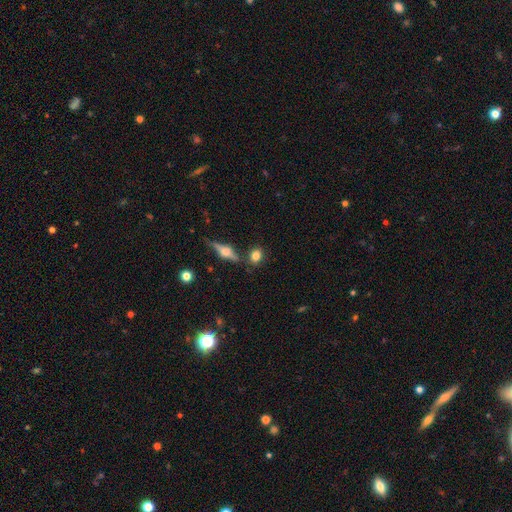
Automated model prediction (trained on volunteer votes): Smooth or featured?
  - smooth: 76% *
  - featured or disk: 15%
  - star or artifact: 9%
How rounded?
  - round: 48% *
  - in between: 47%
  - cigar-shaped: 5%
Merging?
  - none: 75% *
  - minor disturbance: 13%
  - merger: 9%
  - major disturbance: 4%